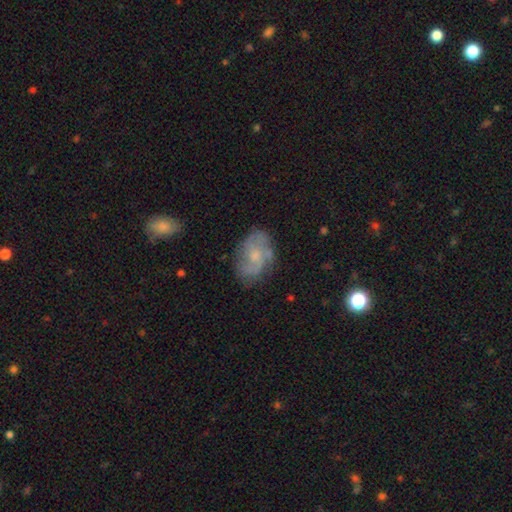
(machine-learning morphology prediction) This is likely a featured or disk galaxy (60%). It is clearly not viewed edge-on (96%). Bar: likely no (71%). Spiral arm pattern: likely yes (78%). Central bulge: possibly small (52%). Merging: likely none (69%).